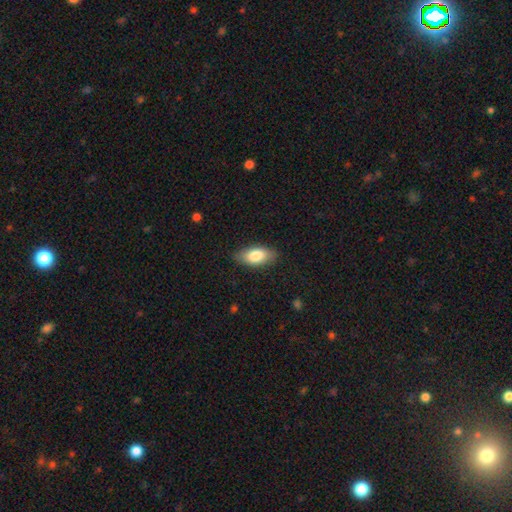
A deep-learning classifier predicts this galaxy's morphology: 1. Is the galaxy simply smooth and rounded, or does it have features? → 80% smooth, 14% featured or disk, 6% star or artifact.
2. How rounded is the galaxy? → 90% in between, 7% cigar-shaped, 3% round.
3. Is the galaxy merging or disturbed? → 84% none, 13% minor disturbance, 3% major disturbance, 1% merger.